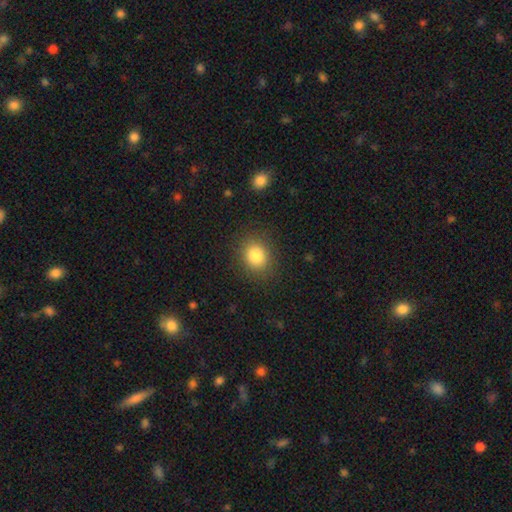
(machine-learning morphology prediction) smooth_or_featured: smooth (p=0.83) [alt: star or artifact p=0.11]
how_rounded: round (p=0.72) [alt: in between p=0.28]
merging: none (p=0.88) [alt: minor disturbance p=0.08]